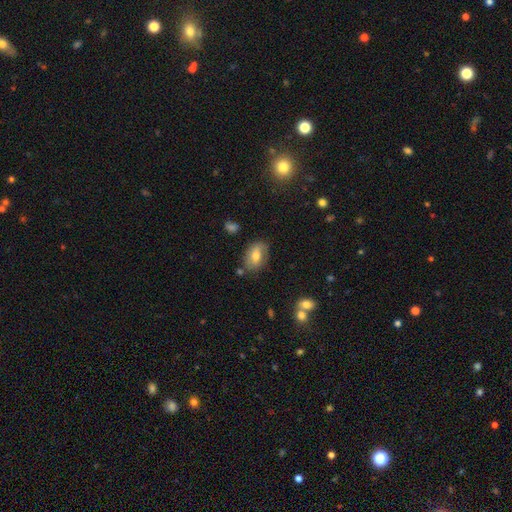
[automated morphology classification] This is likely a smooth galaxy (63%). How rounded: clearly in between (84%). Merging: likely none (71%).